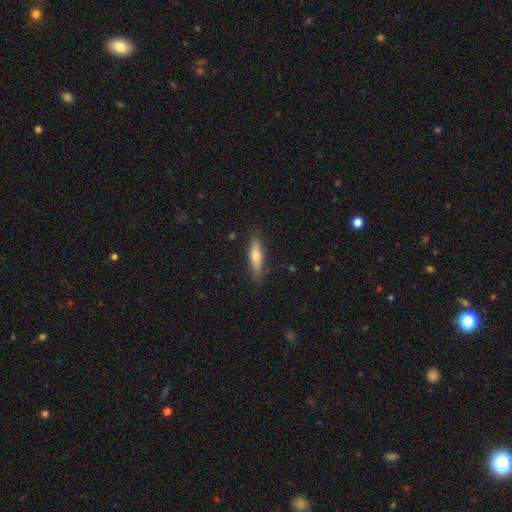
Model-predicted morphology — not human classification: smooth_or_featured: smooth (p=0.63) [alt: featured or disk p=0.31]
how_rounded: cigar-shaped (p=0.73) [alt: in between p=0.25]
merging: none (p=0.85) [alt: minor disturbance p=0.12]